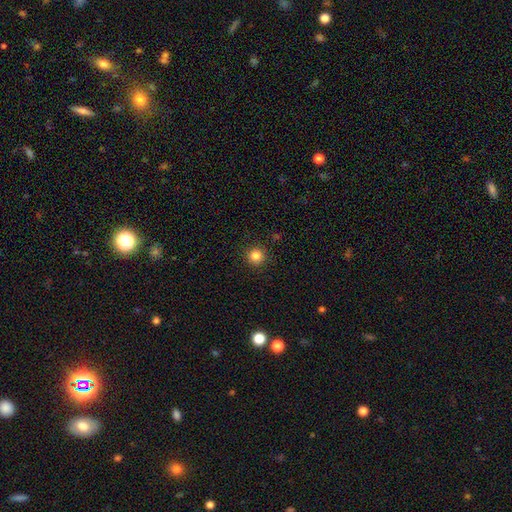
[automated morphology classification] Smooth or featured: smooth — 84% (star or artifact — 12%)
How rounded: round — 95% (in between — 4%)
Merging: none — 92% (minor disturbance — 5%)